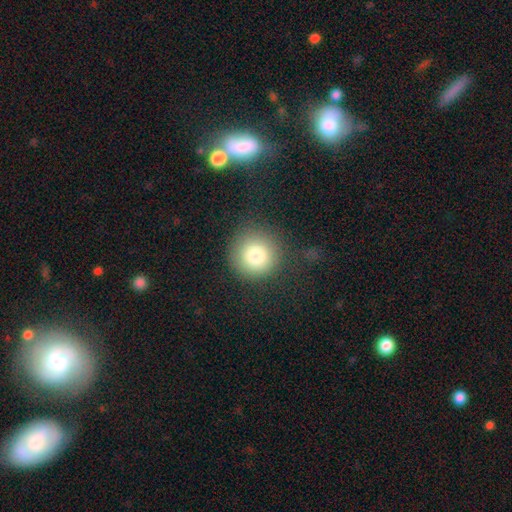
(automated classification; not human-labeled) Morphology: type=smooth (81%); roundness=round (95%); merging=none (83%).